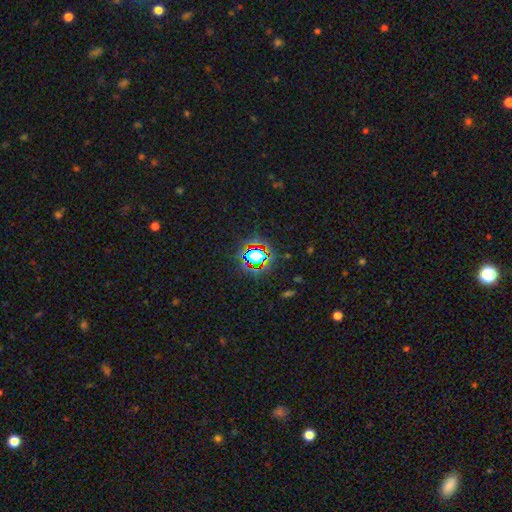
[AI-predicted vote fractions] This appears to be a star or artifact, not a galaxy (65%).